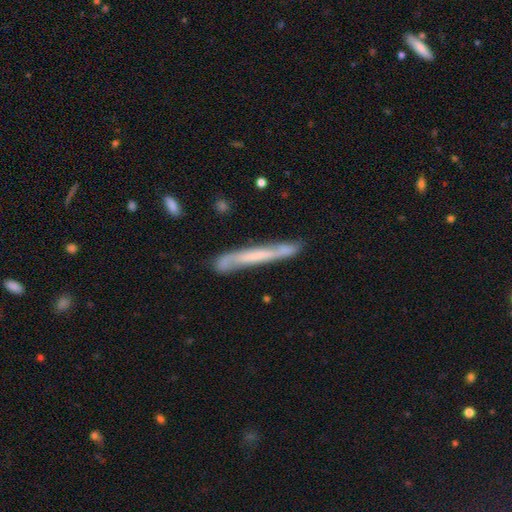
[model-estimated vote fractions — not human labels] The model was most divided on "smooth or featured": featured or disk: 54%, smooth: 40%, star or artifact: 6%. More confident: edge-on disk — yes (75%); merging — none (68%).